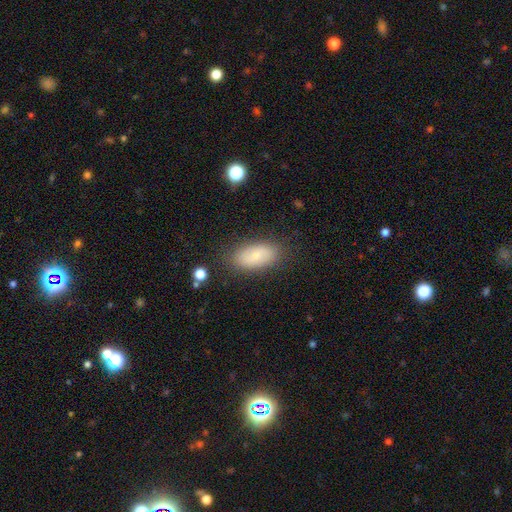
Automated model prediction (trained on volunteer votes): This is likely a smooth galaxy (69%). How rounded: clearly in between (91%). Merging: clearly none (82%).